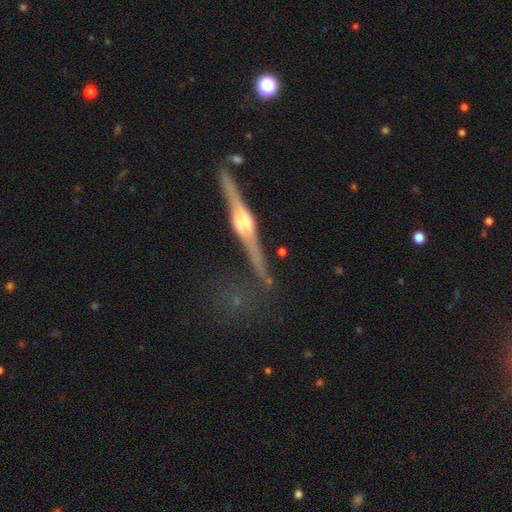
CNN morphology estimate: Overall: featured or disk (87%). Edge-on disk: yes (98%). Edge-on bulge: rounded (91%). Merging: none (81%).